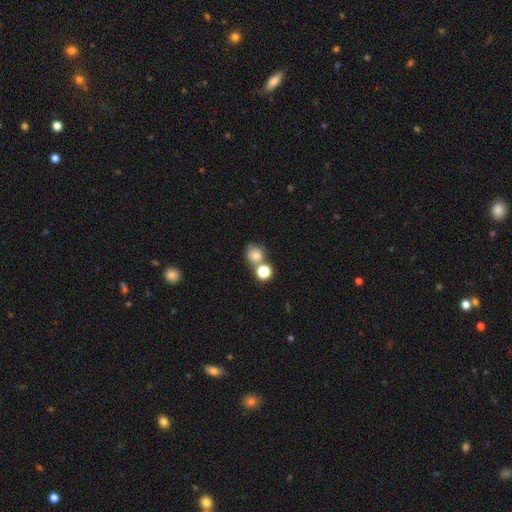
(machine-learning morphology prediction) The model was most divided on "merging": none: 48%, merger: 36%, minor disturbance: 11%, major disturbance: 5%. More confident: how rounded — round (79%); smooth or featured — smooth (77%).